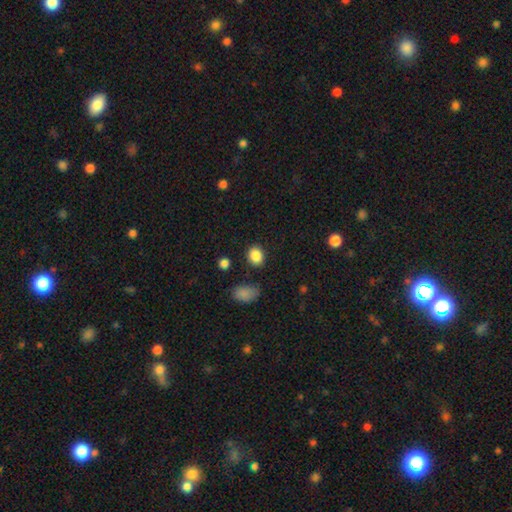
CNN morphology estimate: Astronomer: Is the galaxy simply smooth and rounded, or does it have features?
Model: smooth — 86%.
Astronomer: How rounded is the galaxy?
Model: round — 53% (runner-up: in between, 46%).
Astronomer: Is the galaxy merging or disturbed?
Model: none — 83%.